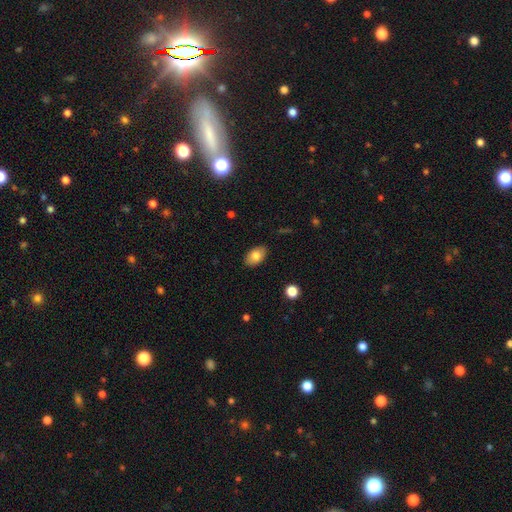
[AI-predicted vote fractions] smooth-or-featured: smooth: 80% | featured or disk: 13% | star or artifact: 7%
  how-rounded: in between: 90% | round: 8% | cigar-shaped: 1%
  merging: none: 87% | minor disturbance: 9% | major disturbance: 2% | merger: 1%